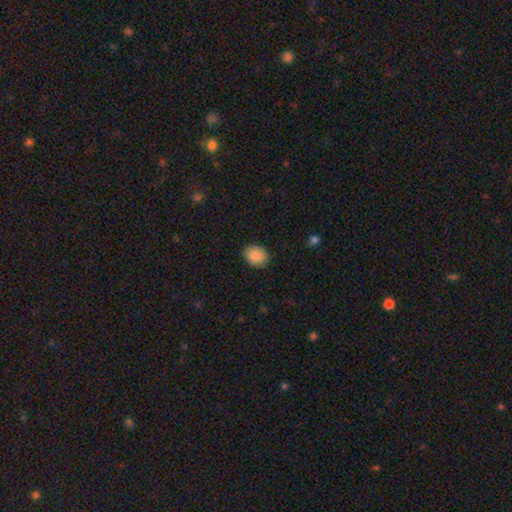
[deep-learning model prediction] Q: Smooth or featured?
A: smooth (89%); runner-up: star or artifact (7%)
Q: How rounded?
A: round (51%); runner-up: in between (49%)
Q: Merging?
A: none (86%); runner-up: minor disturbance (11%)